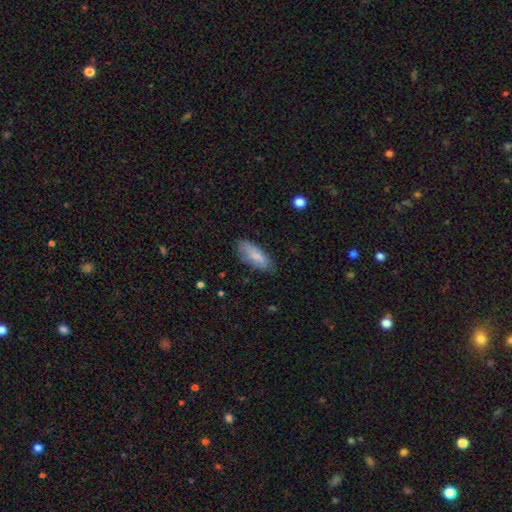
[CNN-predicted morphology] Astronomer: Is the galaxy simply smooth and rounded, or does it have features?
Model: smooth — 81%.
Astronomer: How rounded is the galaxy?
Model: in between — 75%.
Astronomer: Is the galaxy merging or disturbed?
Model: none — 75%.